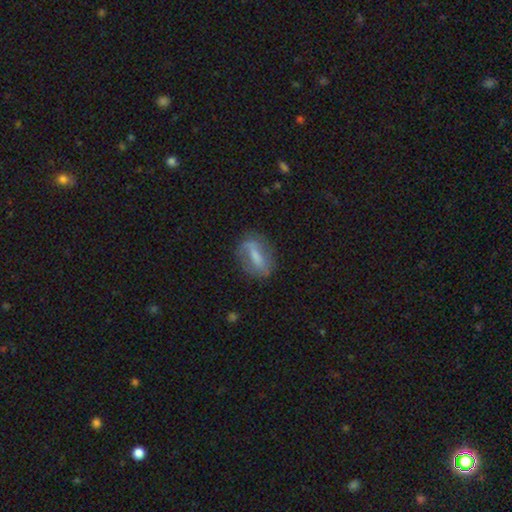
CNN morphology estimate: Q: Smooth or featured?
A: smooth (48%); runner-up: featured or disk (44%)
Q: Merging?
A: none (69%); runner-up: minor disturbance (20%)